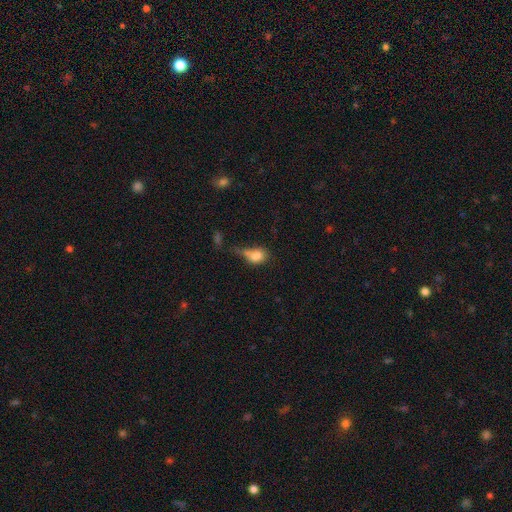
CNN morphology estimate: smooth_or_featured: smooth (p=0.78) [alt: featured or disk p=0.12]
how_rounded: in between (p=0.64) [alt: round p=0.33]
merging: merger (p=0.28) [tied with: none p=0.28]